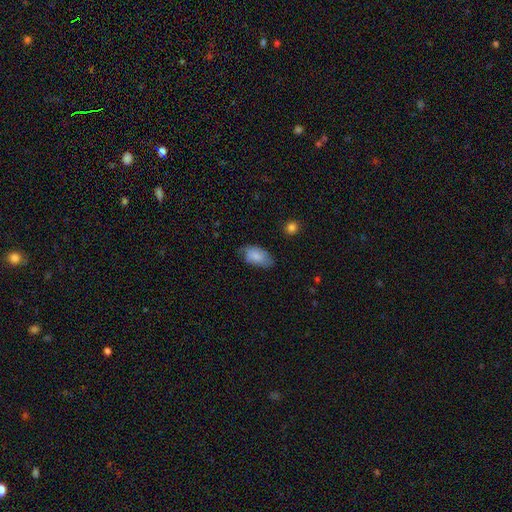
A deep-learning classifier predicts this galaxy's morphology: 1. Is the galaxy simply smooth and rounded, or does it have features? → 81% smooth, 12% featured or disk, 7% star or artifact.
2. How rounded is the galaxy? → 94% in between, 4% round, 2% cigar-shaped.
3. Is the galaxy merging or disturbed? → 62% none, 30% minor disturbance, 7% major disturbance, 1% merger.